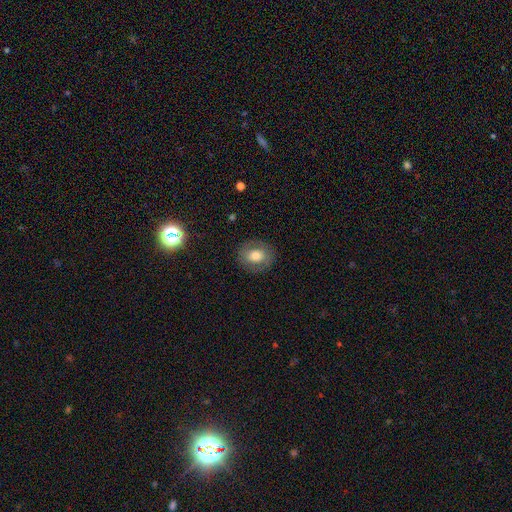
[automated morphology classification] smooth 61%, featured or disk 30%, star or artifact 9%. Down the decision tree: how rounded — round (66%); merging — none (84%).